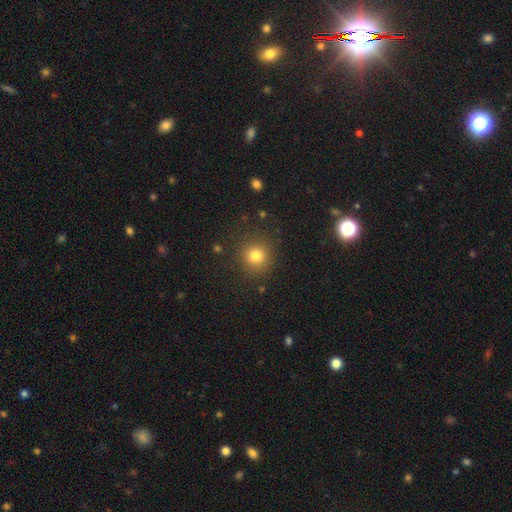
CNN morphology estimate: A smooth galaxy with no disk features (81%) that is round (92%).

Vote fractions:
- Smooth or featured? smooth: 81% / star or artifact: 13% / featured or disk: 7%
- How rounded? round: 92% / in between: 7% / cigar-shaped: 1%
- Merging? none: 87% / minor disturbance: 8% / major disturbance: 3% / merger: 2%